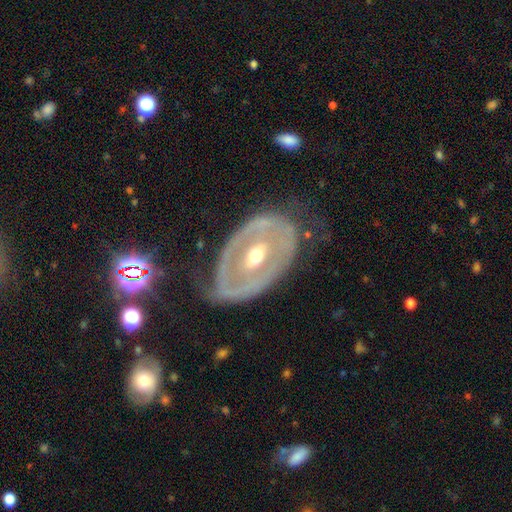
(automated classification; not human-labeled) Smooth or featured?
  - featured or disk: 78% *
  - smooth: 16%
  - star or artifact: 5%
Edge-on disk?
  - no: 94% *
  - yes: 6%
Bar?
  - no: 43% *
  - weak: 34%
  - strong: 23%
Spiral arms?
  - no: 57% *
  - yes: 43%
Bulge size?
  - moderate: 66% *
  - small: 29%
  - large: 3%
  - dominant: 1%
  - none: 1%
Merging?
  - none: 56% *
  - minor disturbance: 24%
  - major disturbance: 17%
  - merger: 2%